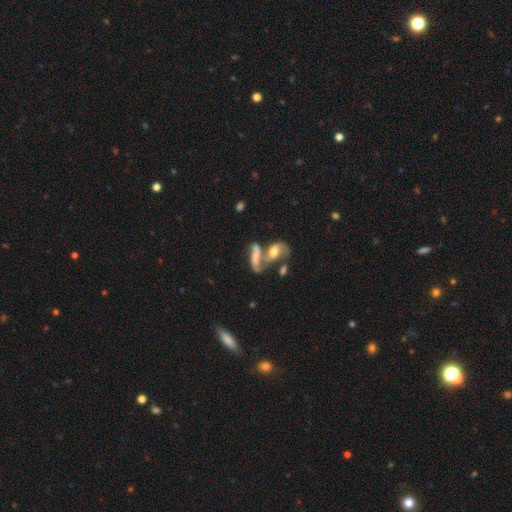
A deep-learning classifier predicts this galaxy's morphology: Smooth or featured? Predicted: featured or disk (p=0.50). Merging? Predicted: merger (p=0.62).